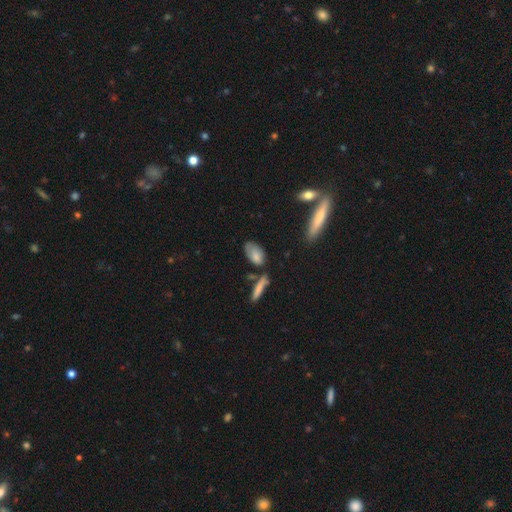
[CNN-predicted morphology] Smooth or featured? Predicted: smooth (p=0.77). How rounded? Predicted: in between (p=0.85). Merging? Predicted: none (p=0.54).